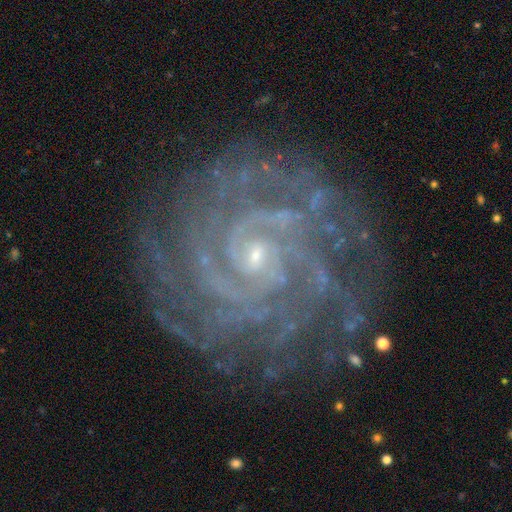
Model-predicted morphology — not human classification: A featured or disk galaxy (89%) with no bar (63%), tight (82%) spiral arms (98%) and a small central bulge (84%). Merging: none (83%).